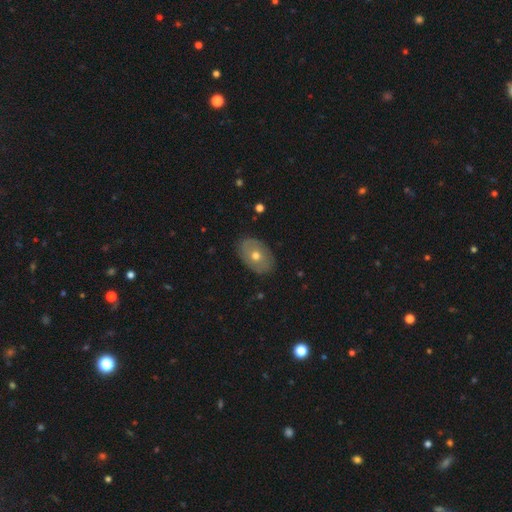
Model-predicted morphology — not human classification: Q: Smooth or featured?
A: smooth (51%); runner-up: featured or disk (42%)
Q: How rounded?
A: in between (82%); runner-up: round (16%)
Q: Merging?
A: none (84%); runner-up: minor disturbance (12%)